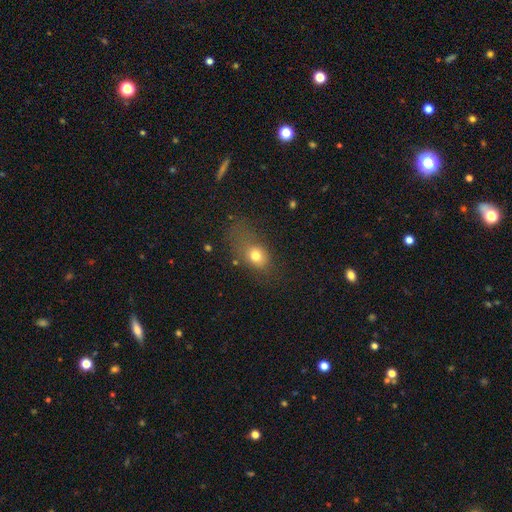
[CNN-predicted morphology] Smooth or featured? Predicted: smooth (p=0.74). How rounded? Predicted: in between (p=0.62). Merging? Predicted: none (p=0.46).